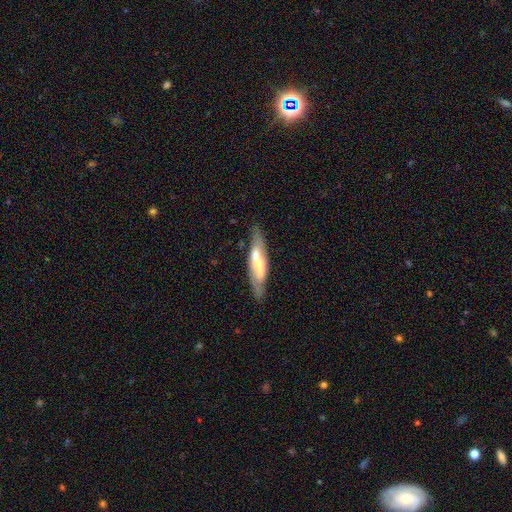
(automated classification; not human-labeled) Overall: featured or disk (57%; smooth 37%). Edge-on disk: no (54%; yes 46%). Merging: none (72%).